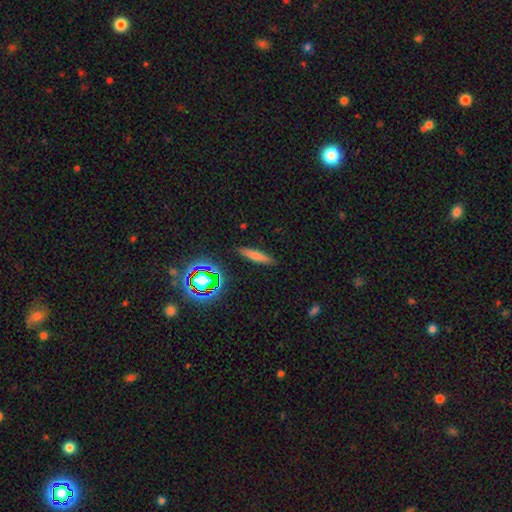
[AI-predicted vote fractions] Smooth or featured?
  - smooth: 66% *
  - featured or disk: 20%
  - star or artifact: 14%
How rounded?
  - cigar-shaped: 78% *
  - in between: 19%
  - round: 3%
Merging?
  - none: 87% *
  - minor disturbance: 9%
  - major disturbance: 2%
  - merger: 2%